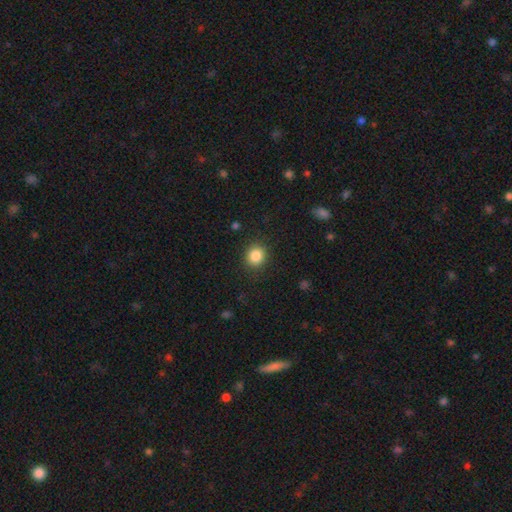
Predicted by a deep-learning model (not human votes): A smooth galaxy with no disk features (85%) that is round (84%). Merging: none (88%).